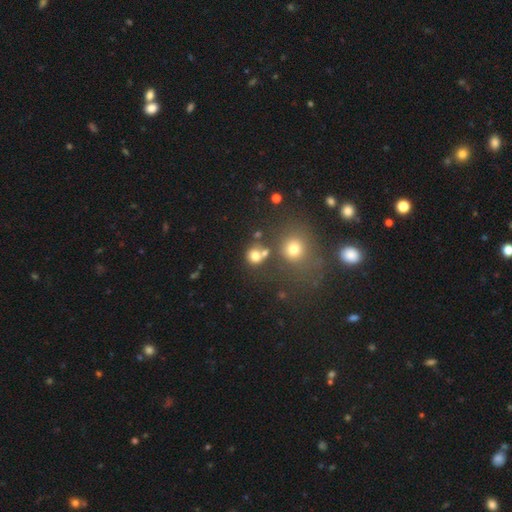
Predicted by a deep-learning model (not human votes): Morphology: type=smooth (75%); roundness=round (83%); merging=none (57%).